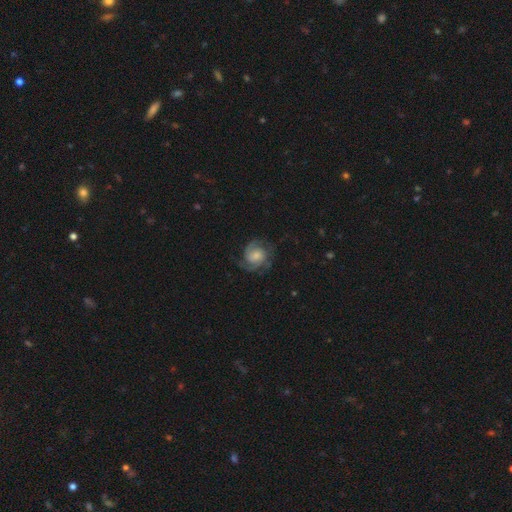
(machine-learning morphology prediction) This is clearly a featured or disk galaxy (82%). It is clearly not viewed edge-on (98%). Bar: likely no (62%). Spiral arm pattern: clearly yes (97%). Spiral arm count: likely 2 (64%). Spiral winding: marginally tight (45%). Central bulge: marginally moderate (38%). Merging: likely none (71%).